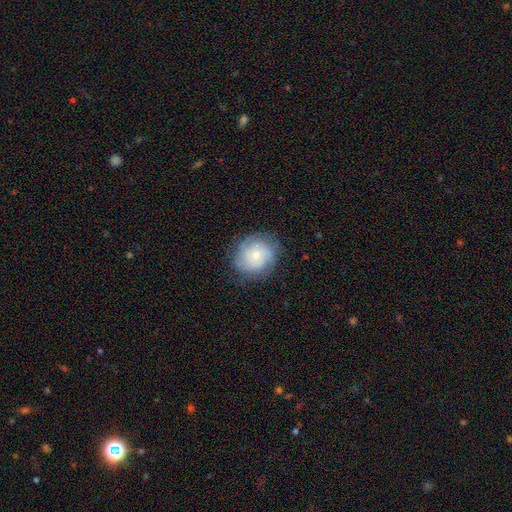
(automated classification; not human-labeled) Smooth or featured?
  - featured or disk: 47% *
  - smooth: 45%
  - star or artifact: 8%
Merging?
  - none: 76% *
  - minor disturbance: 17%
  - major disturbance: 6%
  - merger: 1%